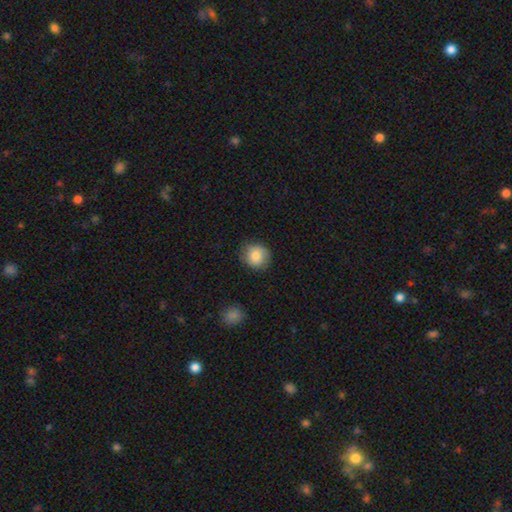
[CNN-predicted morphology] Smooth or featured?
  - smooth: 82% *
  - featured or disk: 10%
  - star or artifact: 8%
How rounded?
  - round: 84% *
  - in between: 15%
  - cigar-shaped: 1%
Merging?
  - none: 83% *
  - minor disturbance: 13%
  - major disturbance: 3%
  - merger: 1%